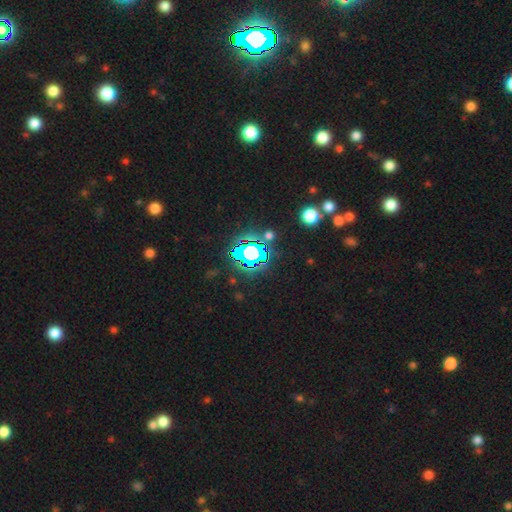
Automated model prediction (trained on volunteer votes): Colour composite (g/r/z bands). It shows a star or artifact, not a galaxy (82%).